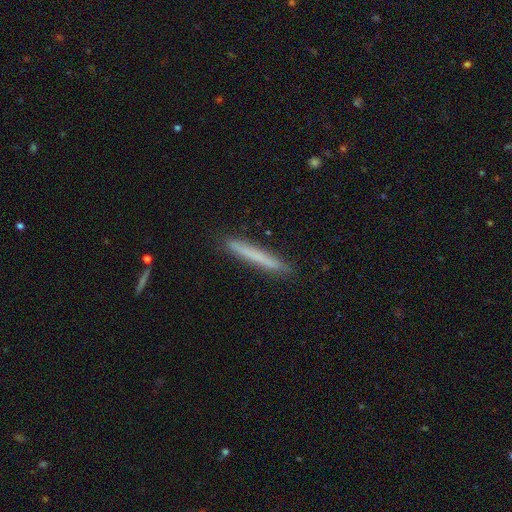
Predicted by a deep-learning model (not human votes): This appears to be a smooth galaxy with no disk features (67%) that is cigar-shaped (97%). Merging: none (90%).